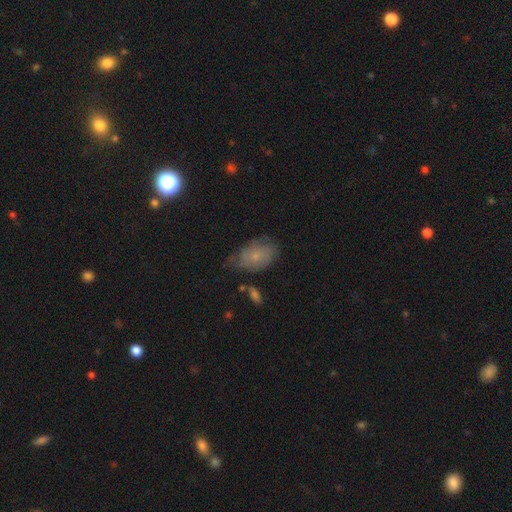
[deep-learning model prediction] A smooth galaxy with no disk features (65%) that is in between round and cigar-shaped (84%).

Vote fractions:
- Smooth or featured? smooth: 65% / featured or disk: 25% / star or artifact: 10%
- How rounded? in between: 84% / round: 14% / cigar-shaped: 2%
- Merging? none: 51% / minor disturbance: 34% / major disturbance: 12% / merger: 3%